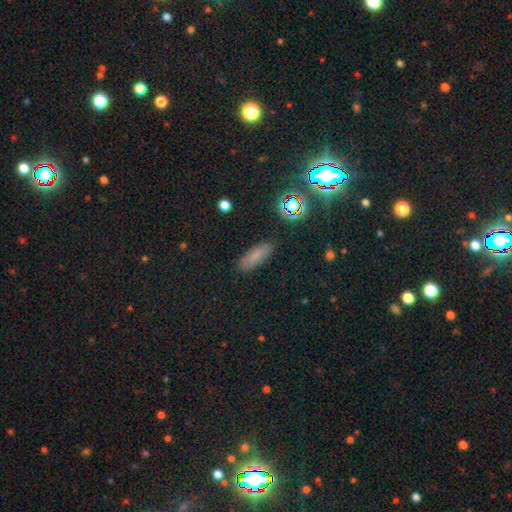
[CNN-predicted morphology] smooth-or-featured: smooth: 68% | star or artifact: 21% | featured or disk: 12%
  how-rounded: in between: 65% | cigar-shaped: 31% | round: 4%
  merging: none: 85% | minor disturbance: 11% | major disturbance: 3% | merger: 2%